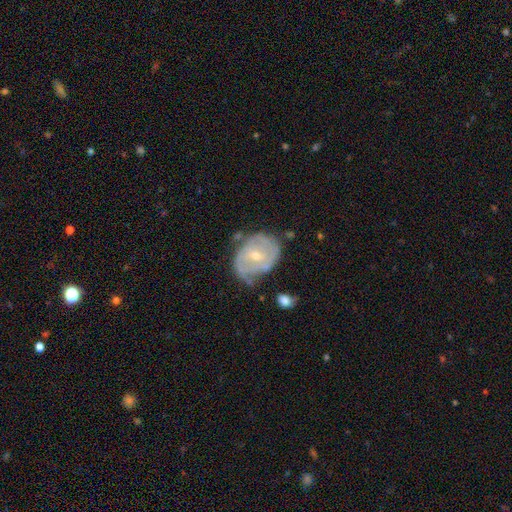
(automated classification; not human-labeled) Smooth or featured: featured or disk — 75% (smooth — 18%)
Edge-on disk: no — 96% (yes — 4%)
Bar: no — 55% (weak — 36%)
Spiral arms: yes — 81% (no — 19%)
Spiral winding: tight — 59% (medium — 30%)
Spiral arm count: can't tell — 39% (2 — 38%)
Bulge size: small — 59% (moderate — 38%)
Merging: none — 57% (minor disturbance — 28%)